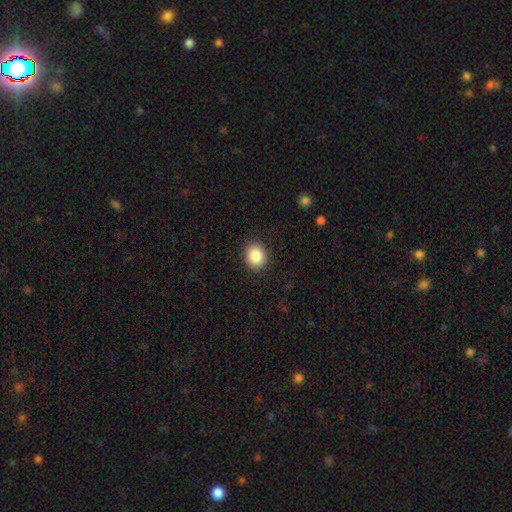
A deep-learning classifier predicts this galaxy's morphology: type=smooth (87%); roundness=round (74%); merging=none (90%).